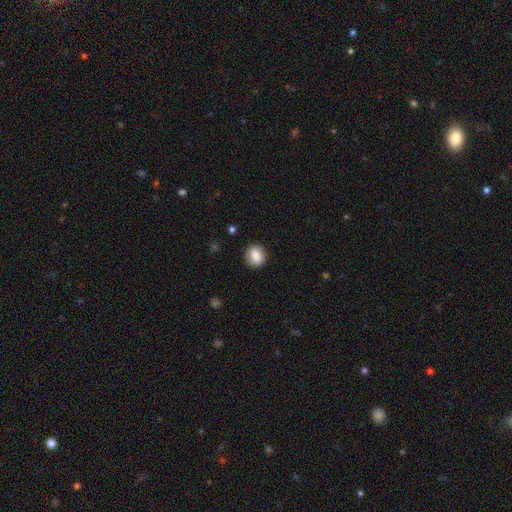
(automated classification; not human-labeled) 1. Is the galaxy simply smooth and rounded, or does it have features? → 86% smooth, 8% star or artifact, 6% featured or disk.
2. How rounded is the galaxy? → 67% round, 32% in between, 1% cigar-shaped.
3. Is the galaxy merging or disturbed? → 85% none, 11% minor disturbance, 3% major disturbance, 1% merger.